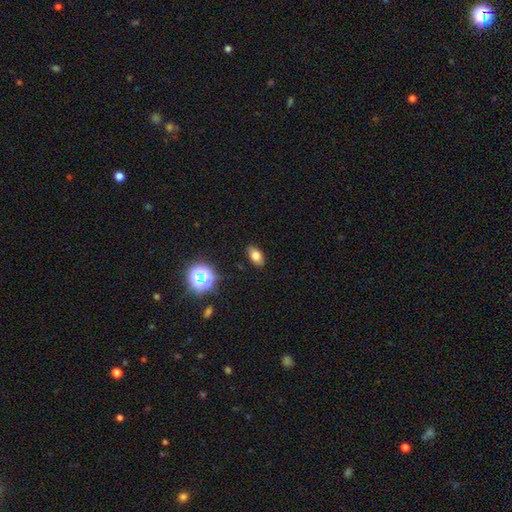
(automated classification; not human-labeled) Overall: smooth (76%). How rounded: in between (86%). Merging: none (87%).